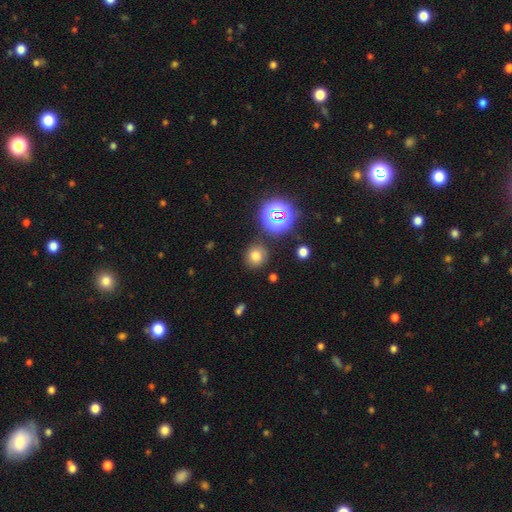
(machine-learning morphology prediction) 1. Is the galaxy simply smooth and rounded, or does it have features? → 71% smooth, 21% star or artifact, 8% featured or disk.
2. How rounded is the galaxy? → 88% round, 11% in between, 1% cigar-shaped.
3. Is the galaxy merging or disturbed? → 83% none, 9% minor disturbance, 4% merger, 3% major disturbance.